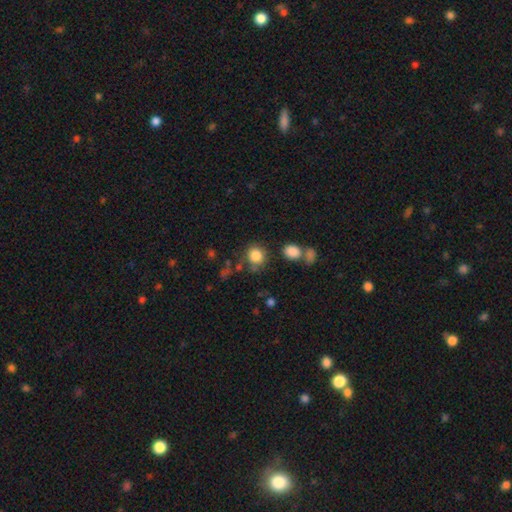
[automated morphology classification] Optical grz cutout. It shows a smooth galaxy with no disk features (83%) that is round (83%). Merging: none (70%).